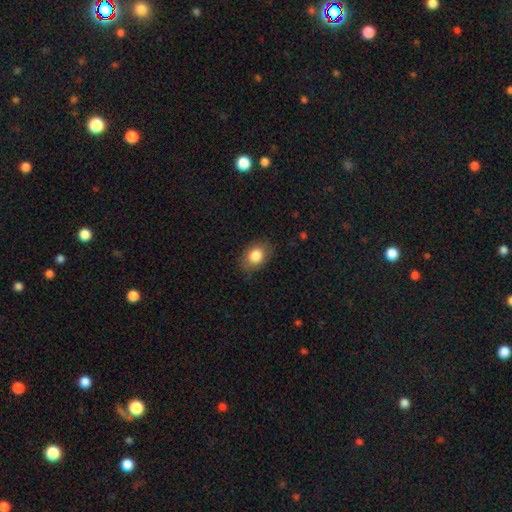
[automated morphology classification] smooth 83%, featured or disk 9%, star or artifact 8%. Down the decision tree: how rounded — in between (73%); merging — none (78%).